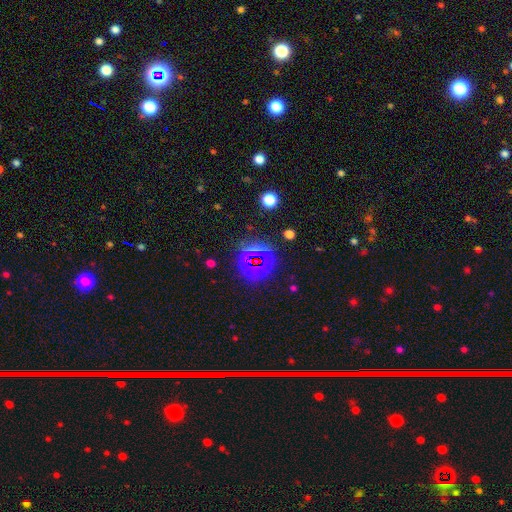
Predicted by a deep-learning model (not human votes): Q: Smooth or featured?
A: star or artifact (74%); runner-up: smooth (17%)